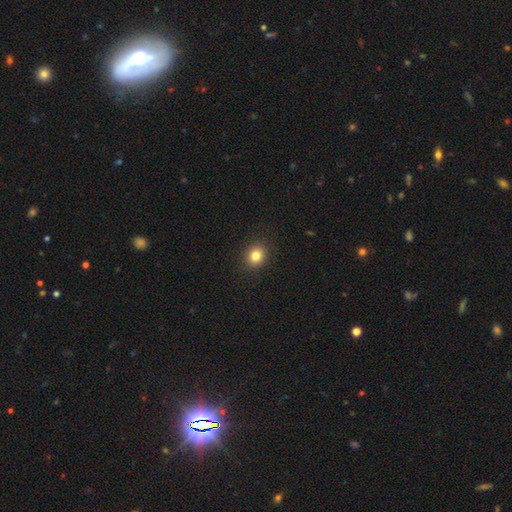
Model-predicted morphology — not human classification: smooth_or_featured: smooth (p=0.83) [alt: star or artifact p=0.11]
how_rounded: round (p=0.78) [alt: in between p=0.21]
merging: none (p=0.91) [alt: minor disturbance p=0.06]